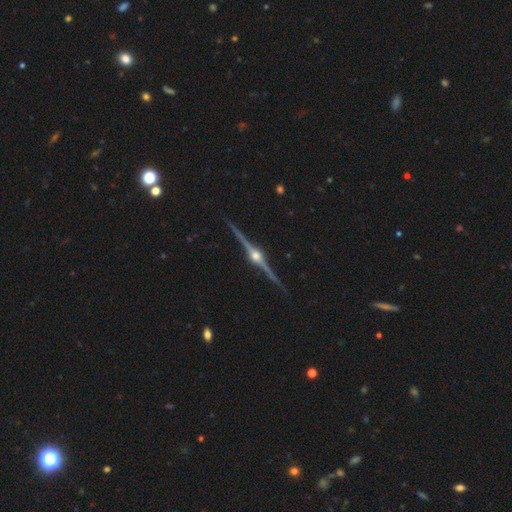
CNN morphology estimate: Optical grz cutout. It shows a featured or disk galaxy (92%) viewed edge-on (99%) with a rounded central bulge (96%). Merging: none (92%).